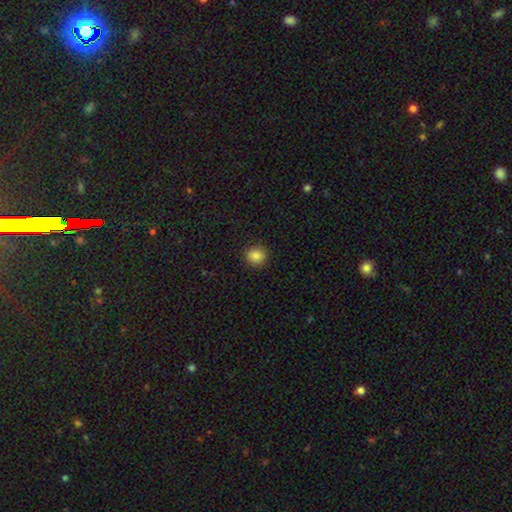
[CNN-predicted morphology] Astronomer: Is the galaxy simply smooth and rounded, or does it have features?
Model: smooth — 86%.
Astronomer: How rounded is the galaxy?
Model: round — 83%.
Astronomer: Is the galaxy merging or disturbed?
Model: none — 90%.